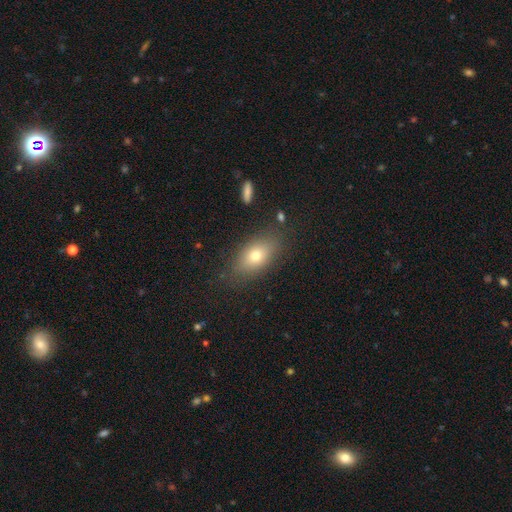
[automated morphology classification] Smooth or featured? Predicted: smooth (p=0.73). How rounded? Predicted: in between (p=0.84). Merging? Predicted: none (p=0.81).